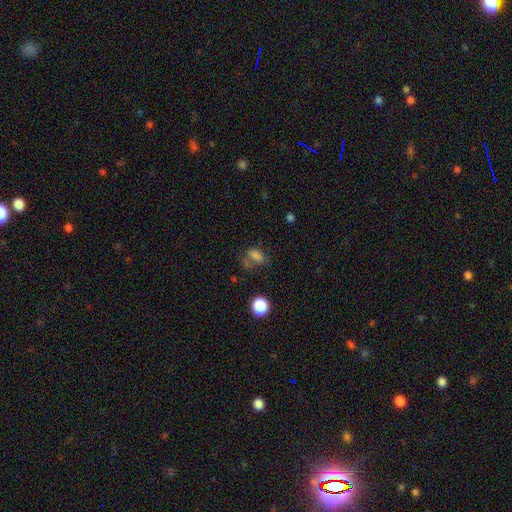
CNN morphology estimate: Smooth or featured? Predicted: smooth (p=0.76). How rounded? Predicted: in between (p=0.76). Merging? Predicted: none (p=0.49).